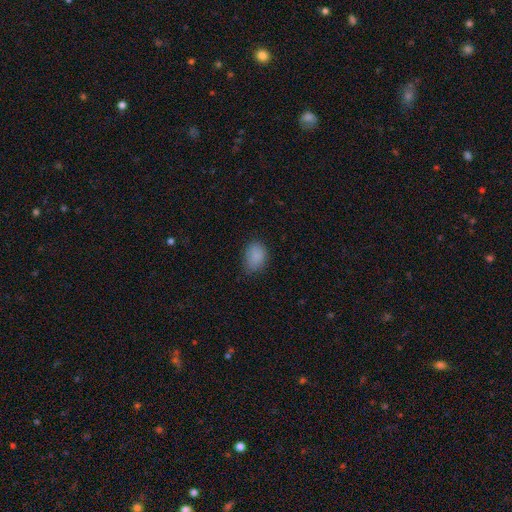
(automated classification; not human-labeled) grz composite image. It shows a smooth galaxy with no disk features (87%) that is in between round and cigar-shaped (77%). Merging: none (71%).